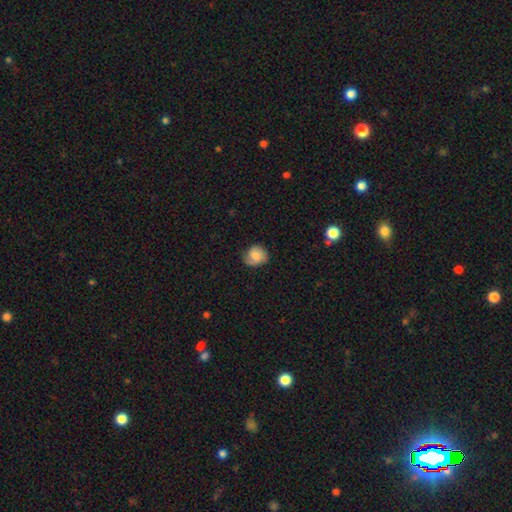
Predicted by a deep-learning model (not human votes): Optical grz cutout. It shows a smooth galaxy with no disk features (62%) that is round (75%). Merging: none (67%).